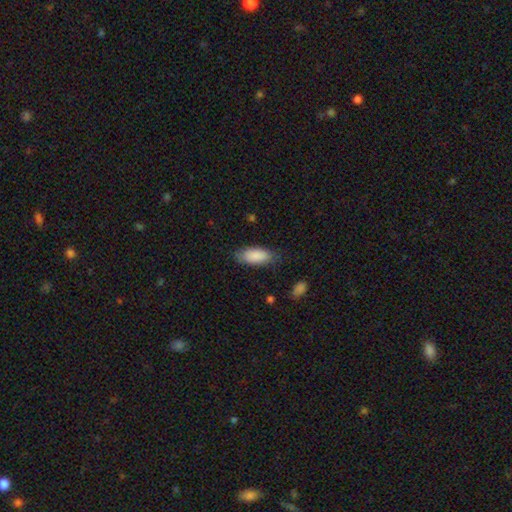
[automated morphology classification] Smooth or featured?
  - smooth: 88% *
  - featured or disk: 6%
  - star or artifact: 6%
How rounded?
  - in between: 87% *
  - cigar-shaped: 11%
  - round: 2%
Merging?
  - none: 77% *
  - minor disturbance: 17%
  - major disturbance: 4%
  - merger: 2%